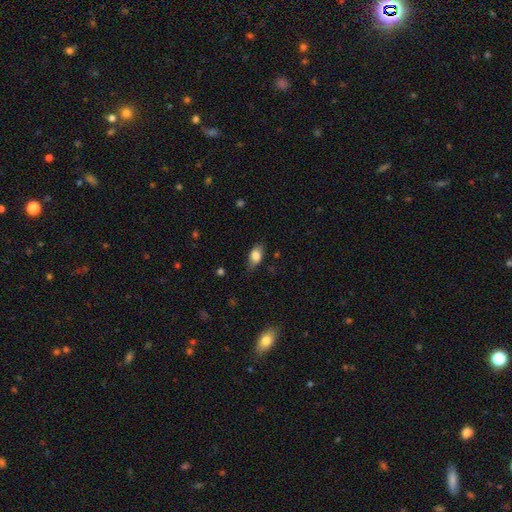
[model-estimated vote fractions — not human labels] smooth-or-featured: smooth: 78% | featured or disk: 14% | star or artifact: 8%
  how-rounded: in between: 86% | round: 9% | cigar-shaped: 5%
  merging: none: 72% | minor disturbance: 22% | major disturbance: 5% | merger: 1%